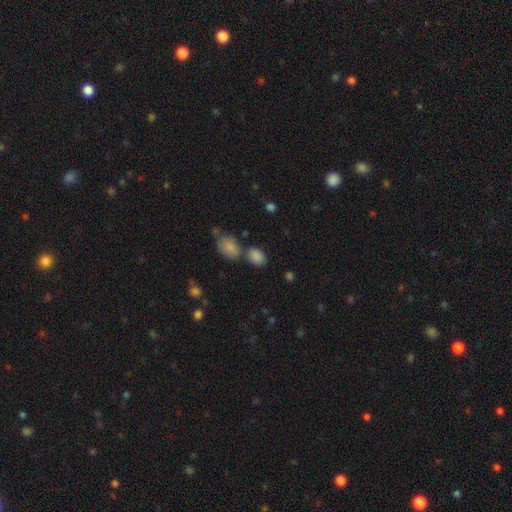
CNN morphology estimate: smooth-or-featured: smooth: 84% | star or artifact: 10% | featured or disk: 6%
  how-rounded: in between: 76% | round: 22% | cigar-shaped: 2%
  merging: none: 59% | merger: 24% | minor disturbance: 13% | major disturbance: 4%